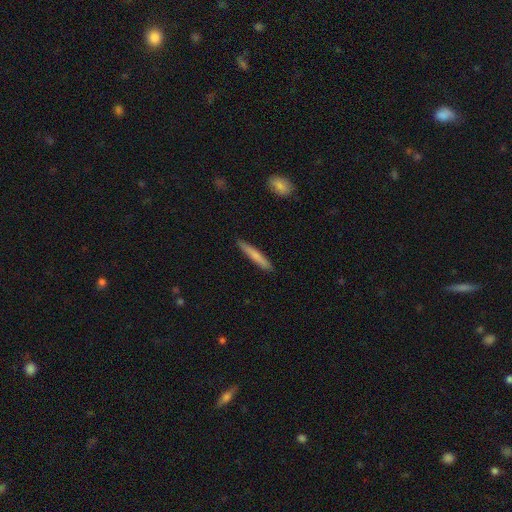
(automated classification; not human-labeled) This appears to be a smooth galaxy with no disk features (73%) that is cigar-shaped (95%). Merging: none (89%).